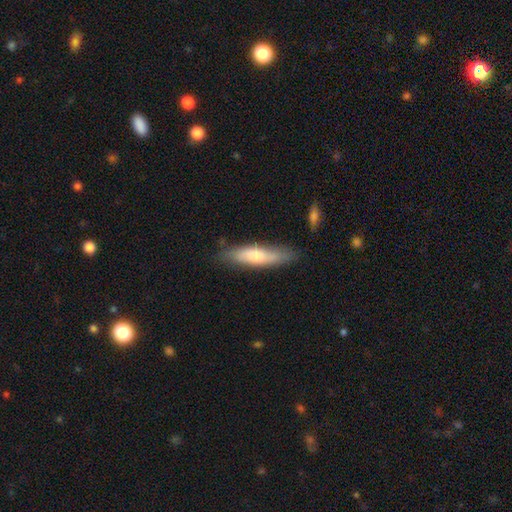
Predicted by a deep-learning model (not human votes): Overall: smooth (68%). How rounded: cigar-shaped (71%). Merging: none (76%).